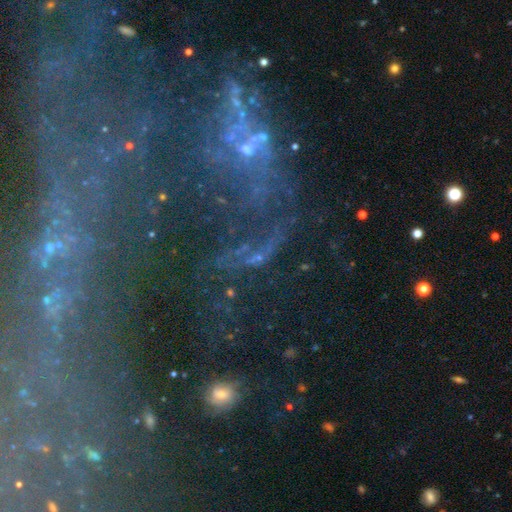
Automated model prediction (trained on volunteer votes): star or artifact 52%, featured or disk 33%, smooth 16%.